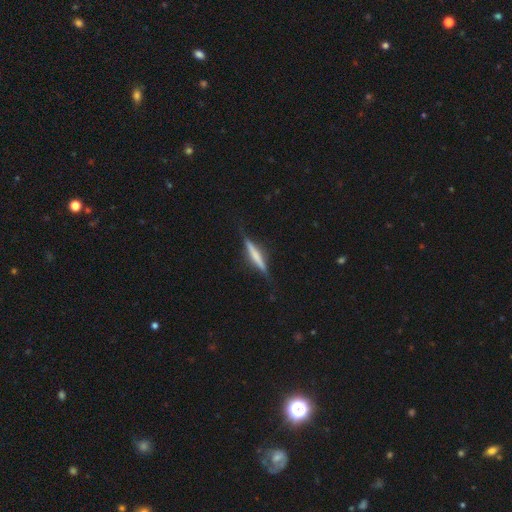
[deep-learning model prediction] Morphology: type=featured or disk (53%); edge-on=yes (96%); edge-on bulge=none (49%); merging=none (84%).